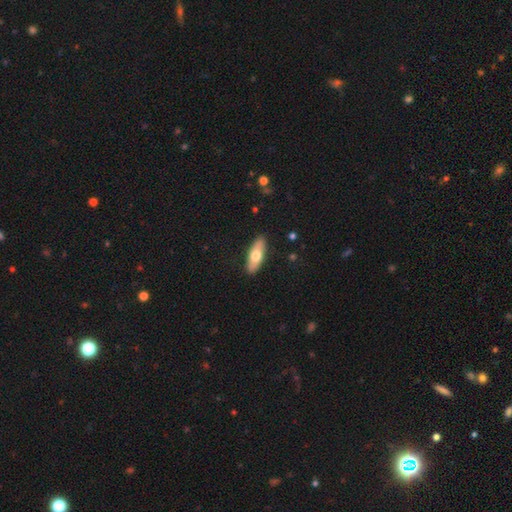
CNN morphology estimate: Smooth or featured? Predicted: smooth (p=0.64). How rounded? Predicted: in between (p=0.66). Merging? Predicted: none (p=0.89).